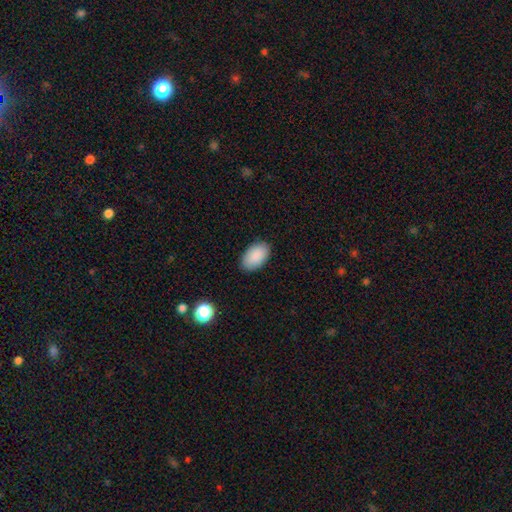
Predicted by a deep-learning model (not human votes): Smooth or featured? Predicted: smooth (p=0.90). How rounded? Predicted: in between (p=0.95). Merging? Predicted: none (p=0.87).